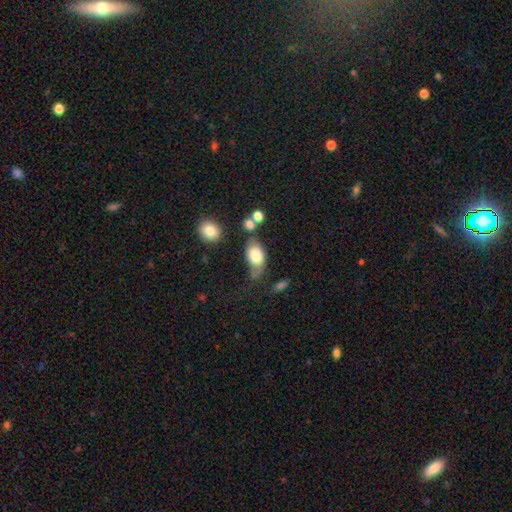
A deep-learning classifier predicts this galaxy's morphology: The model was most divided on "merging": none: 39%, minor disturbance: 30%, major disturbance: 19%, merger: 12%. More confident: how rounded — in between (90%); smooth or featured — smooth (73%).